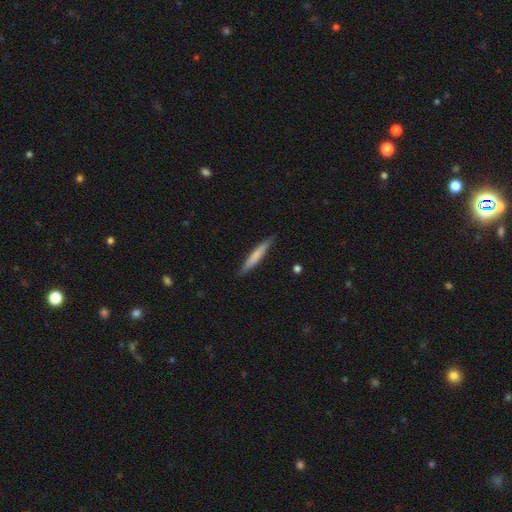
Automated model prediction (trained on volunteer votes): A smooth galaxy with no disk features (64%) that is cigar-shaped (95%). Merging: none (88%).